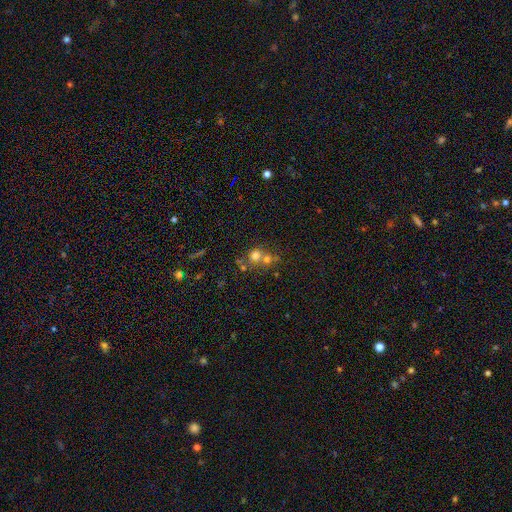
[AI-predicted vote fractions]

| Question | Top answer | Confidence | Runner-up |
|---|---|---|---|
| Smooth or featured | smooth | 68% | star or artifact (18%) |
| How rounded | round | 84% | in between (15%) |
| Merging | merger | 47% | none (42%) |